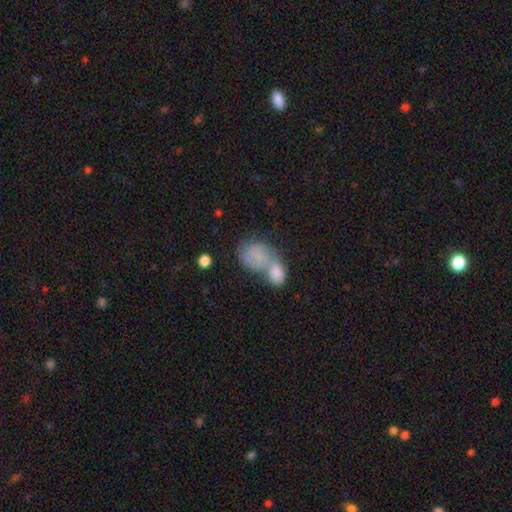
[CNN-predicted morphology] type=smooth (70%); roundness=in between (59%); merging=merger (65%).